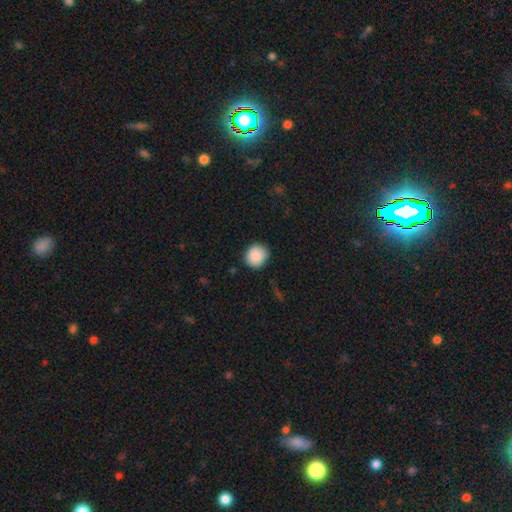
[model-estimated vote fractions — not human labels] Smooth or featured? Predicted: smooth (p=0.88). How rounded? Predicted: round (p=0.85). Merging? Predicted: none (p=0.86).